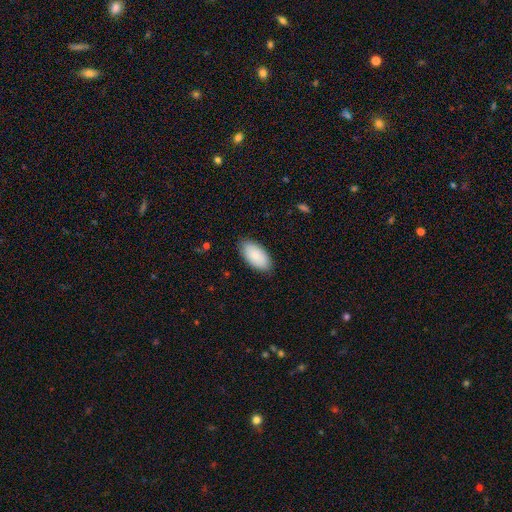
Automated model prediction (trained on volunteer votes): A smooth galaxy with no disk features (88%) that is in between round and cigar-shaped (95%). Merging: none (86%).